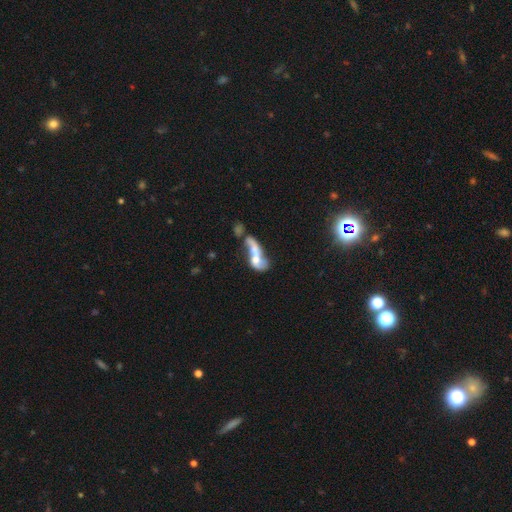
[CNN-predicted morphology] type=featured or disk (51%); edge-on=no (90%); merging=merger (63%).